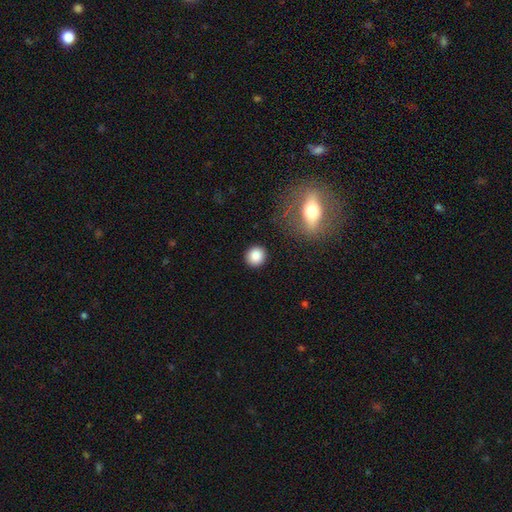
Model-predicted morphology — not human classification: Smooth or featured: smooth — 86% (star or artifact — 9%)
How rounded: round — 90% (in between — 9%)
Merging: none — 91% (minor disturbance — 6%)